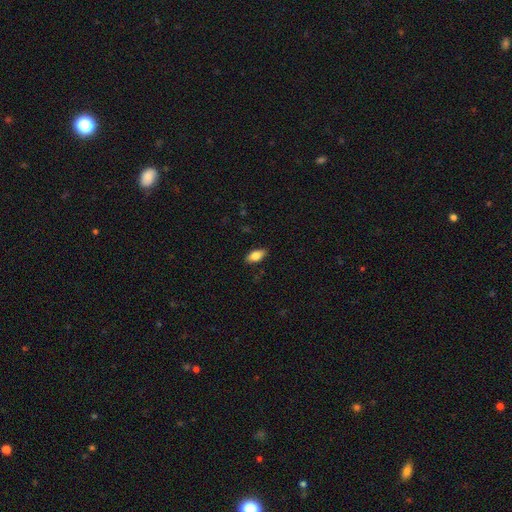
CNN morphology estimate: Overall: smooth (80%). How rounded: in between (89%). Merging: none (88%).